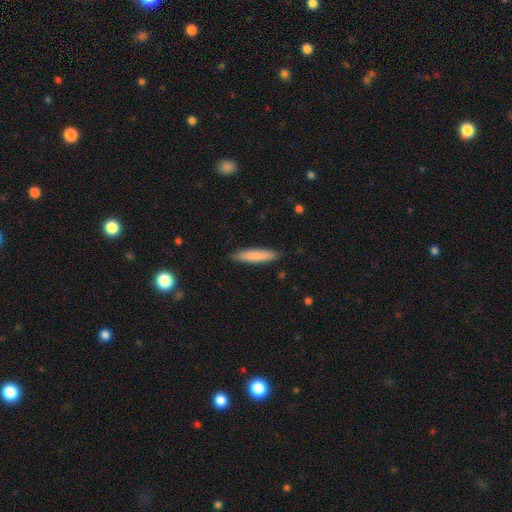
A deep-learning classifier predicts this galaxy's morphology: A smooth galaxy with no disk features (81%) that is cigar-shaped (85%). Merging: none (87%).